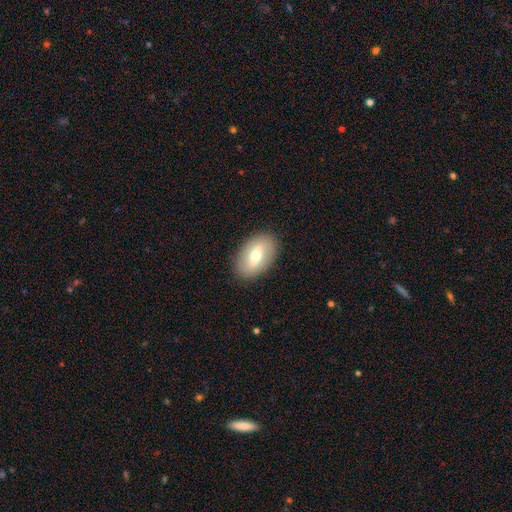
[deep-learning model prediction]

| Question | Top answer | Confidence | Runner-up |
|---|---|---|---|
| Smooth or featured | smooth | 59% | featured or disk (34%) |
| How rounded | in between | 89% | round (9%) |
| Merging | none | 88% | minor disturbance (9%) |